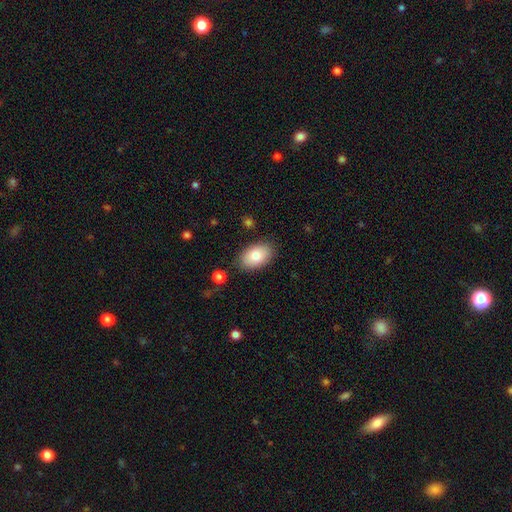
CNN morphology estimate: smooth 83%, featured or disk 11%, star or artifact 7%. Down the decision tree: how rounded — in between (92%); merging — none (84%).